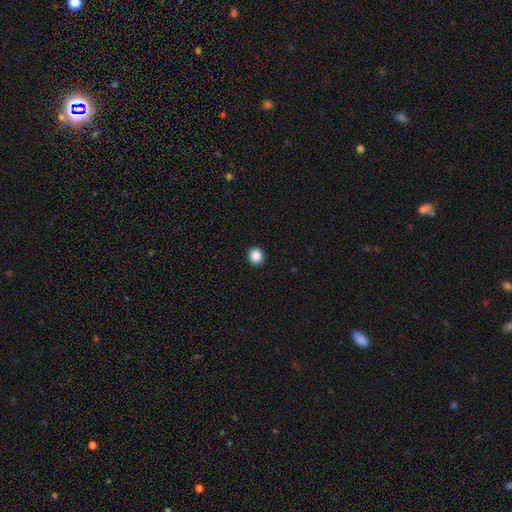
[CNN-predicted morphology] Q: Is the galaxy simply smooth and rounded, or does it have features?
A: smooth — 86%.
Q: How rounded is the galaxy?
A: round — 91%.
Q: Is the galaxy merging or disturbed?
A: none — 94%.